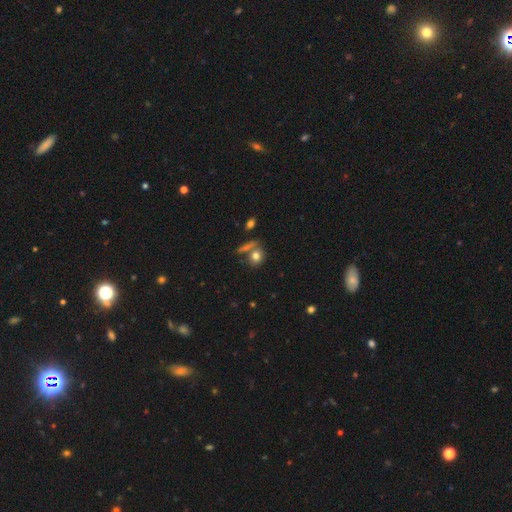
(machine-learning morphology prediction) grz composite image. It shows a smooth galaxy with no disk features (77%) that is round (69%). Merging: none (58%).